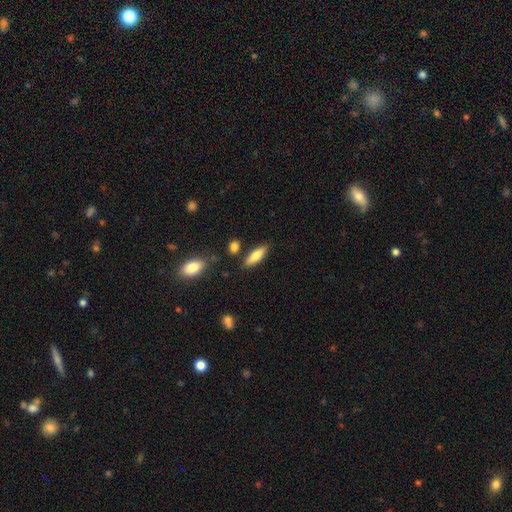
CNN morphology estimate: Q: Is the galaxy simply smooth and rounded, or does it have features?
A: smooth — 78%.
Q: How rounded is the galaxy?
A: in between — 53%.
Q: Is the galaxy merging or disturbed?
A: none — 81%.